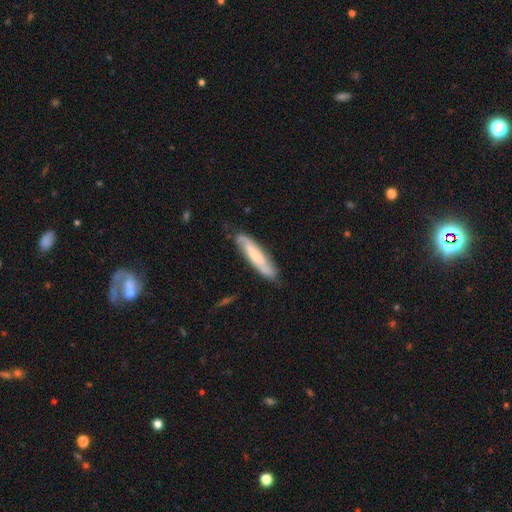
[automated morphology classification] A featured or disk galaxy (48%). Merging: none (77%).